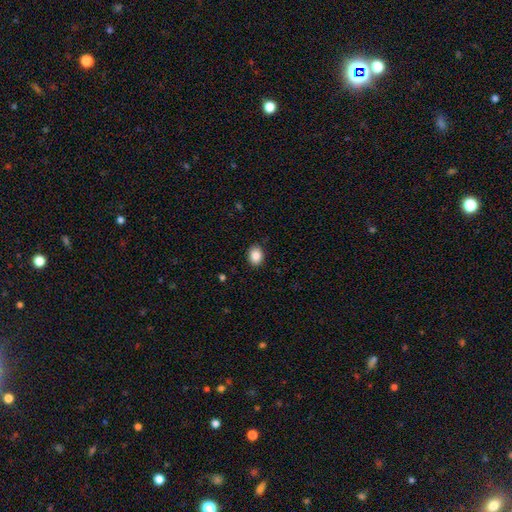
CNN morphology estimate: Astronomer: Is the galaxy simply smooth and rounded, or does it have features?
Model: smooth — 88%.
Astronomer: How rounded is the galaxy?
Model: in between — 55% (runner-up: round, 44%).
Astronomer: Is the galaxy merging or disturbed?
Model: none — 89%.